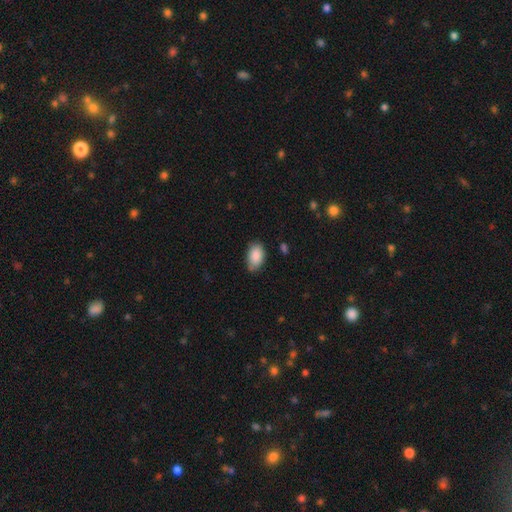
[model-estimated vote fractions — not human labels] A smooth galaxy with no disk features (88%) that is in between round and cigar-shaped (91%). Merging: none (70%).